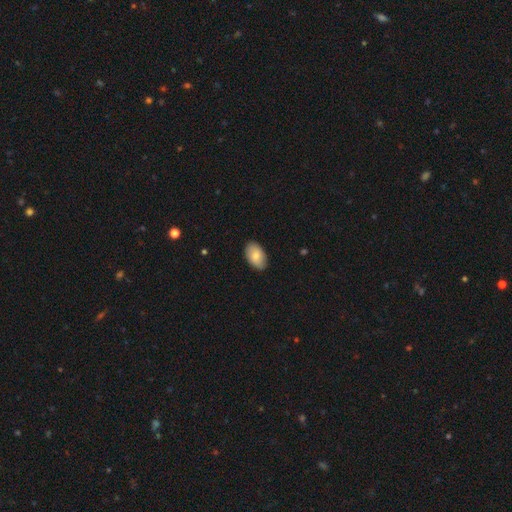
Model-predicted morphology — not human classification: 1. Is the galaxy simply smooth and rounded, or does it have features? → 79% smooth, 15% featured or disk, 6% star or artifact.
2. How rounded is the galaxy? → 93% in between, 6% round, 1% cigar-shaped.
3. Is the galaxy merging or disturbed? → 85% none, 12% minor disturbance, 2% major disturbance, 1% merger.